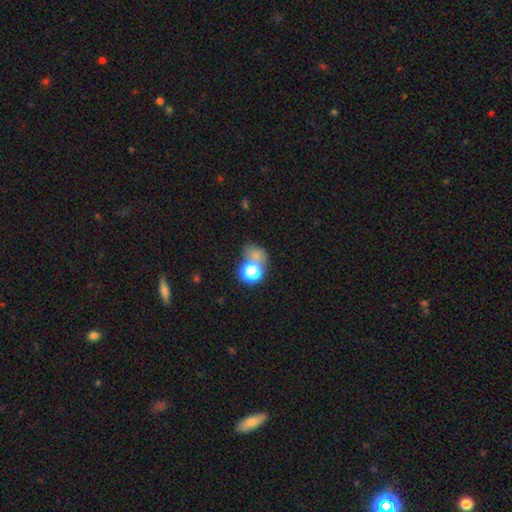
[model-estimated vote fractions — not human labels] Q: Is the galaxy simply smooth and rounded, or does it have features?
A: smooth — 61%.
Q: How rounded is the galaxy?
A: round — 65%.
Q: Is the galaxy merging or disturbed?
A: none — 43%.